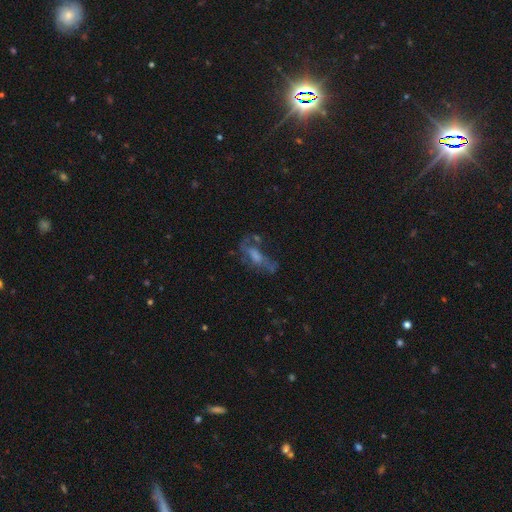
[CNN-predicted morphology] Smooth or featured: featured or disk — 55% (smooth — 29%)
Edge-on disk: no — 80% (yes — 20%)
Merging: none — 41% (major disturbance — 31%)